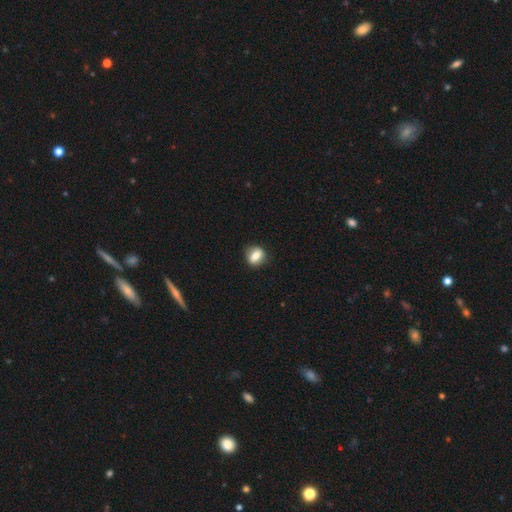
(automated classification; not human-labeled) A smooth galaxy with no disk features (74%) that is round (49%).

Vote fractions:
- Smooth or featured? smooth: 74% / featured or disk: 18% / star or artifact: 9%
- How rounded? round: 49% / in between: 48% / cigar-shaped: 3%
- Merging? none: 85% / minor disturbance: 11% / major disturbance: 3% / merger: 1%